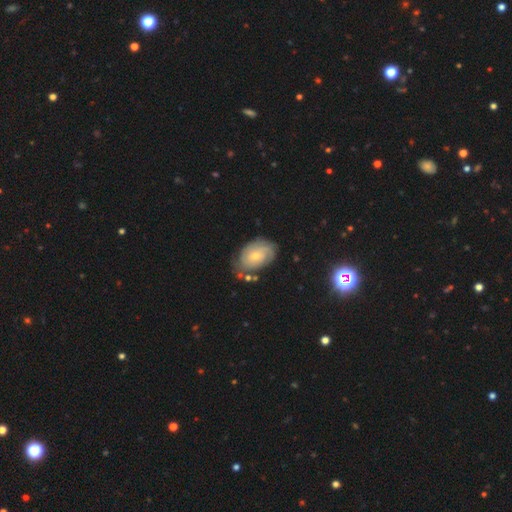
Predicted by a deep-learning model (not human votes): Smooth or featured? featured or disk (66%)
Edge-on disk? no (96%)
Bar? no (72%)
Spiral arms? yes (90%)
Spiral winding? tight (66%)
Spiral arm count? can't tell (45%)
Bulge size? small (56%)
Merging? none (67%)